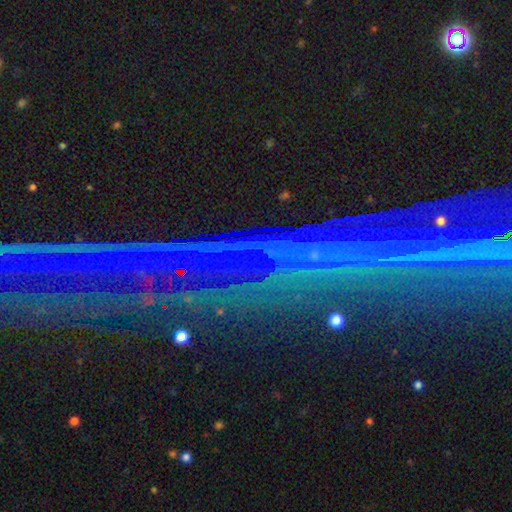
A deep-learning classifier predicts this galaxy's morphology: Q: Smooth or featured?
A: star or artifact (75%); runner-up: featured or disk (16%)